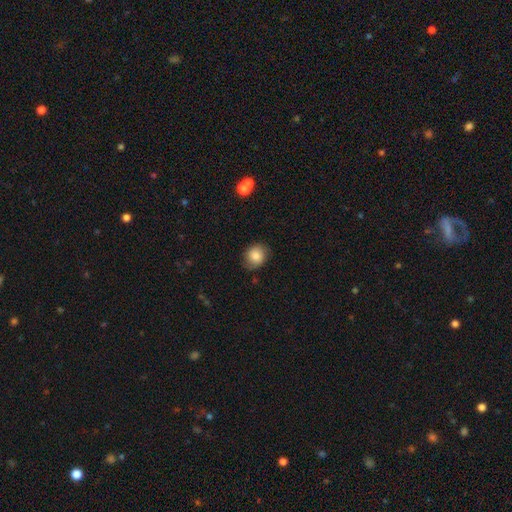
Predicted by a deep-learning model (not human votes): A smooth galaxy with no disk features (78%) that is round (62%). Merging: none (74%).